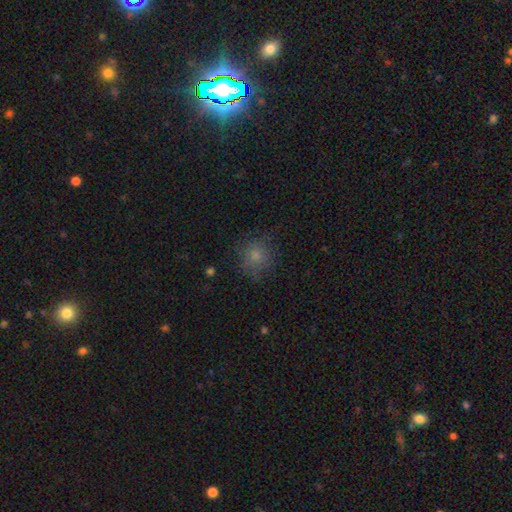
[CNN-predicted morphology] The model was most divided on "merging": none: 72%, minor disturbance: 18%, major disturbance: 8%, merger: 2%. More confident: how rounded — round (85%); smooth or featured — smooth (76%).